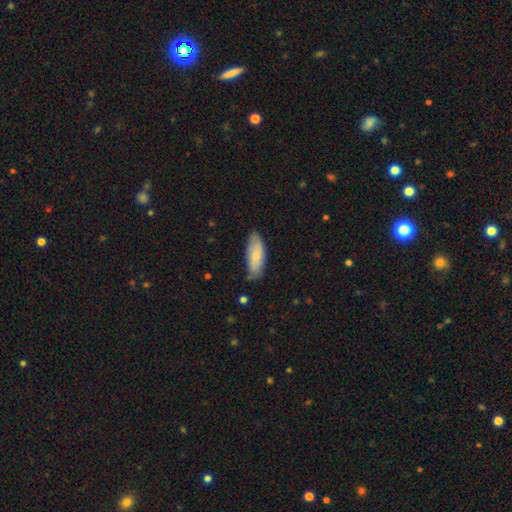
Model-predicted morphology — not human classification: This is likely a smooth galaxy (75%). How rounded: likely in between (75%). Merging: likely none (75%).